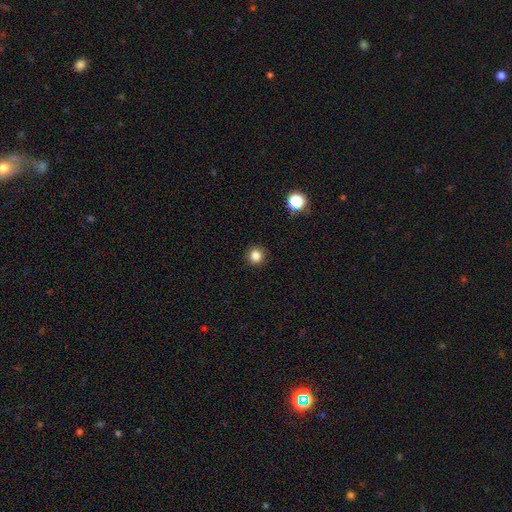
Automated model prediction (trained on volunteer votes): Morphology: type=smooth (84%); roundness=round (94%); merging=none (93%).